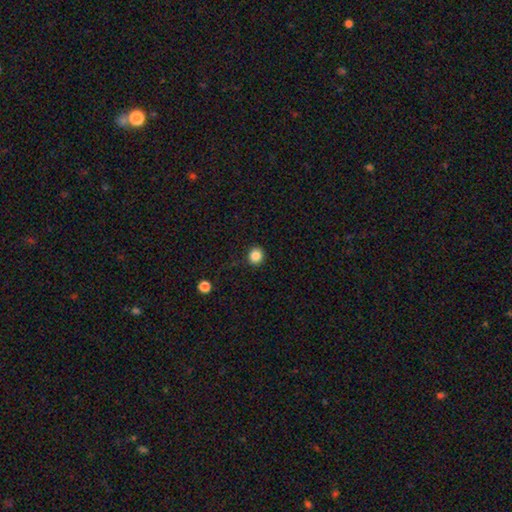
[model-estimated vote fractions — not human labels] Q: Smooth or featured?
A: smooth (86%); runner-up: star or artifact (11%)
Q: How rounded?
A: round (89%); runner-up: in between (10%)
Q: Merging?
A: none (91%); runner-up: minor disturbance (6%)